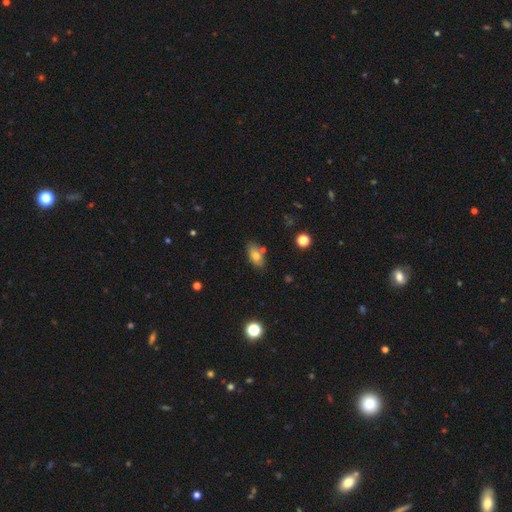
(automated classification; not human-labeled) Smooth or featured? Predicted: smooth (p=0.75). How rounded? Predicted: in between (p=0.87). Merging? Predicted: none (p=0.75).